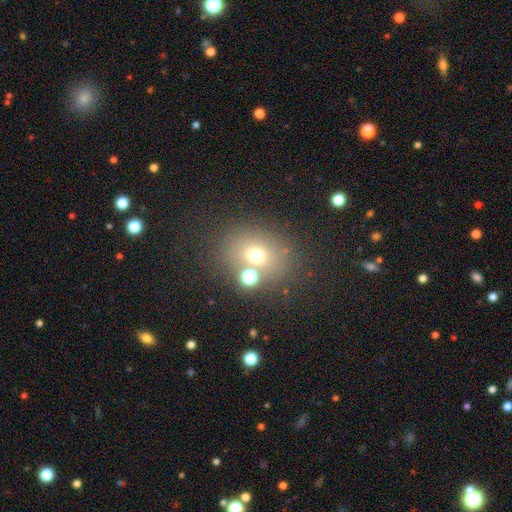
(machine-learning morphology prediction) The model was most divided on "how rounded": round: 60%, in between: 39%, cigar-shaped: 1%. More confident: merging — none (67%); smooth or featured — smooth (64%).